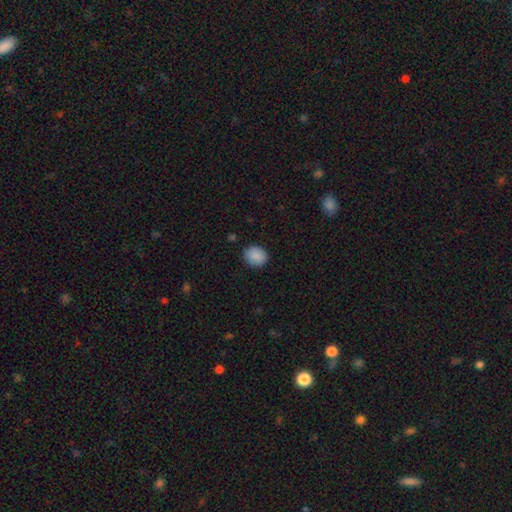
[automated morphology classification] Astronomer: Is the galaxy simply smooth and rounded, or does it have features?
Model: smooth — 89%.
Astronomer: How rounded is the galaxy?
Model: round — 58% (runner-up: in between, 41%).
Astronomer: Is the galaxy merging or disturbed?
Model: none — 86%.